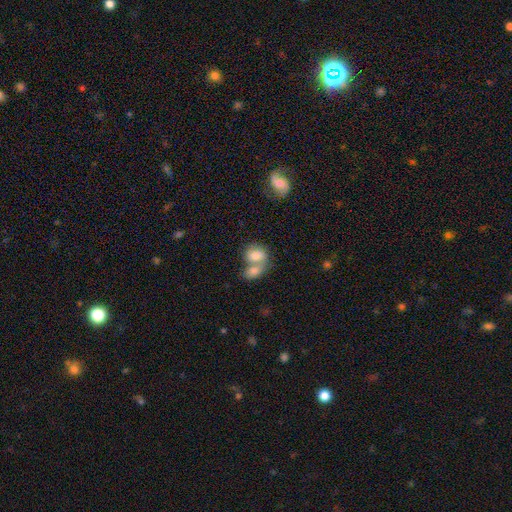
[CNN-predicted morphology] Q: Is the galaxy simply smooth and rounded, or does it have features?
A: smooth — 74%.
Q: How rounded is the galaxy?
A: in between — 67%.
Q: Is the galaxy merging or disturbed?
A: merger — 72%.